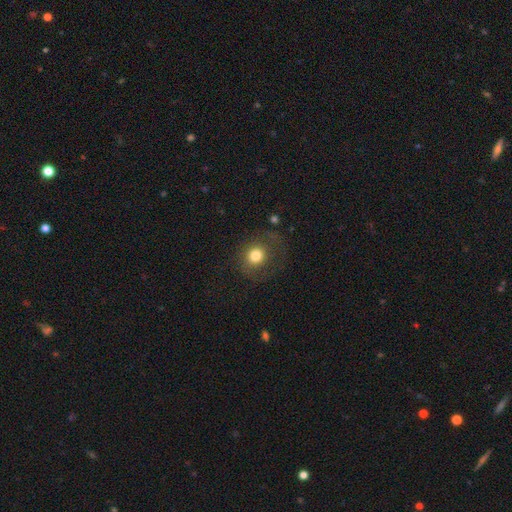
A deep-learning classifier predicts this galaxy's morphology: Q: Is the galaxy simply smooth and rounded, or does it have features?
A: smooth — 77%.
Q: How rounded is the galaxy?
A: round — 80%.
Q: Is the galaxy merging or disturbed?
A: none — 70%.